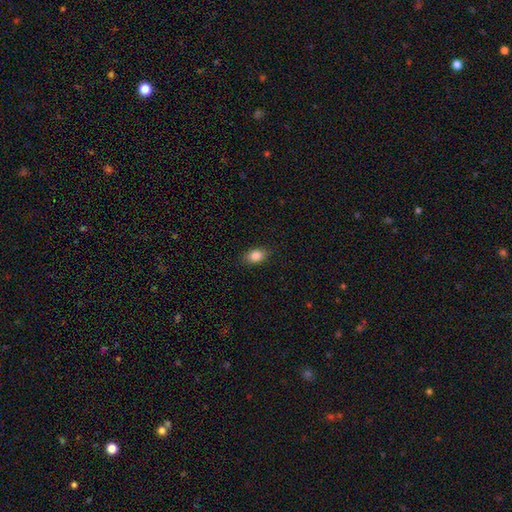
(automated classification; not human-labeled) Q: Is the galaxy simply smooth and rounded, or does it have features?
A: smooth — 84%.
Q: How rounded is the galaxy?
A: in between — 83%.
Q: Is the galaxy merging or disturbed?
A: none — 87%.